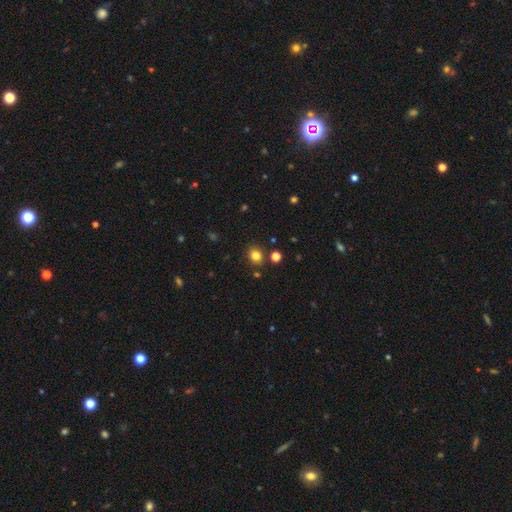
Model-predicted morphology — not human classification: The model was most divided on "how rounded": round: 72%, in between: 27%, cigar-shaped: 1%. More confident: merging — none (84%); smooth or featured — smooth (80%).